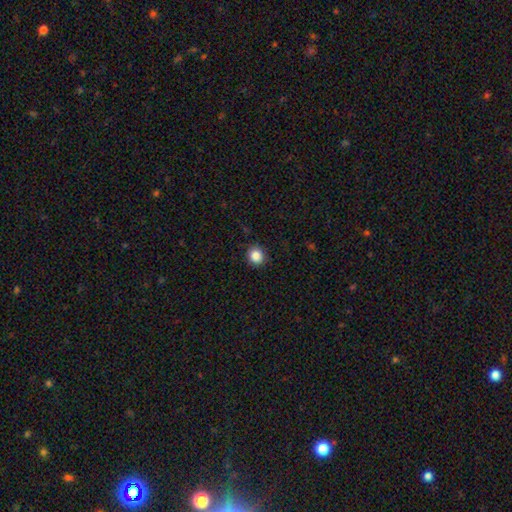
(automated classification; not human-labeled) Smooth or featured: smooth — 86% (star or artifact — 10%)
How rounded: round — 88% (in between — 11%)
Merging: none — 90% (minor disturbance — 7%)